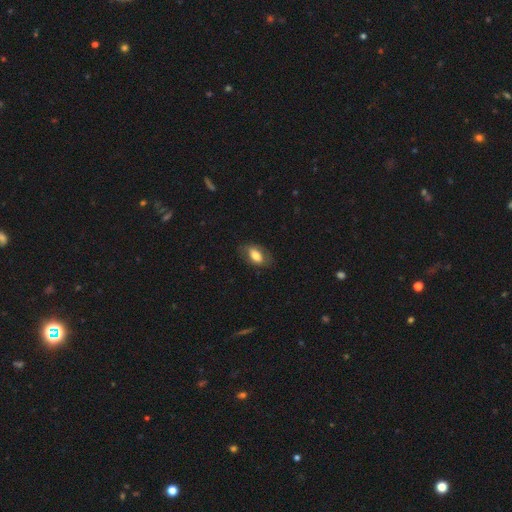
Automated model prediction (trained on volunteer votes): This appears to be a smooth galaxy with no disk features (72%) that is in between round and cigar-shaped (90%). Merging: none (75%).